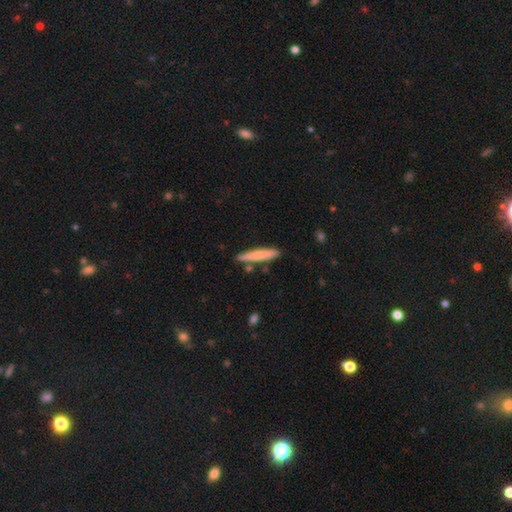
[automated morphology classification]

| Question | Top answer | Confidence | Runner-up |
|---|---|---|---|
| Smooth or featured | smooth | 74% | featured or disk (20%) |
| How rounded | cigar-shaped | 92% | in between (7%) |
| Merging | none | 83% | minor disturbance (10%) |